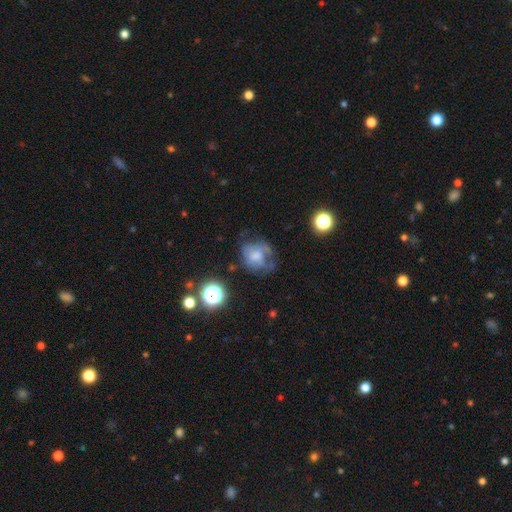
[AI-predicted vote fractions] Morphology: type=smooth (44%); merging=none (45%).